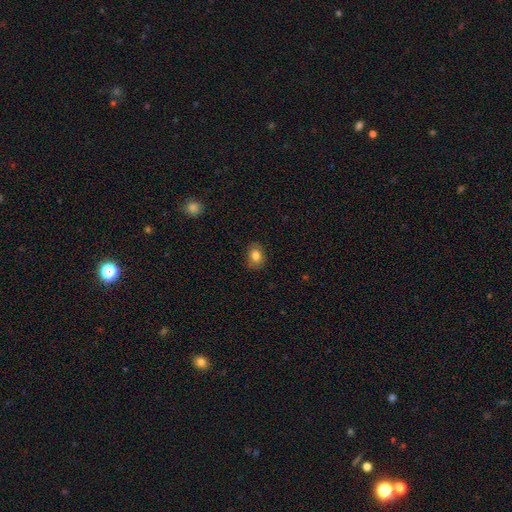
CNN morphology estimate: type=smooth (82%); roundness=in between (53%); merging=none (85%).